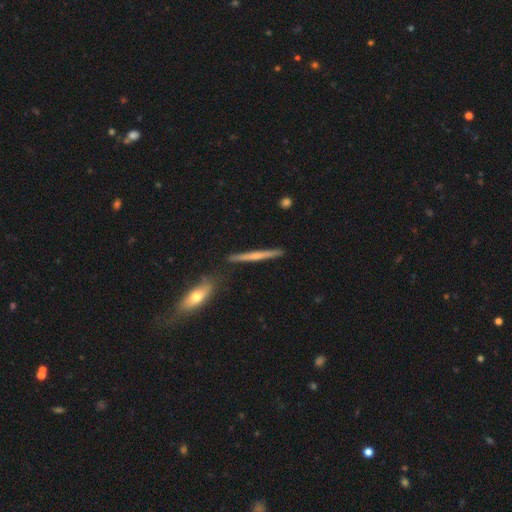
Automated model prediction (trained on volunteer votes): Smooth or featured: featured or disk — 56% (smooth — 38%)
Edge-on disk: yes — 97% (no — 3%)
Edge-on bulge: rounded — 54% (none — 39%)
Merging: none — 86% (minor disturbance — 9%)